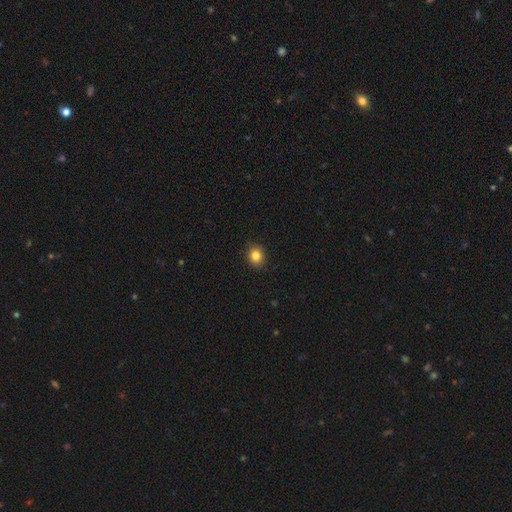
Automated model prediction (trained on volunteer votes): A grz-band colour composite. It shows a smooth galaxy with no disk features (84%) that is round (73%). Merging: none (89%).